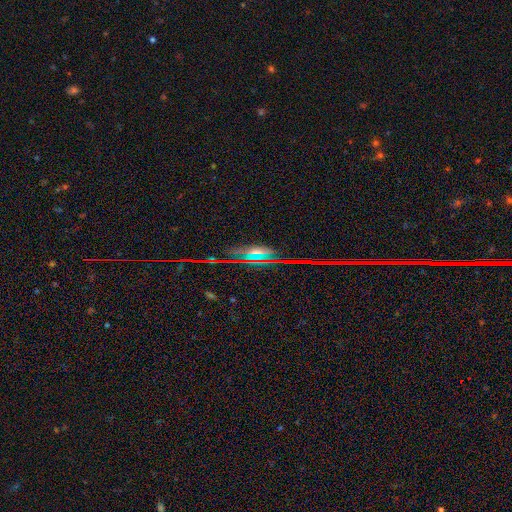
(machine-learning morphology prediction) smooth-or-featured: star or artifact: 44% | smooth: 32% | featured or disk: 24%